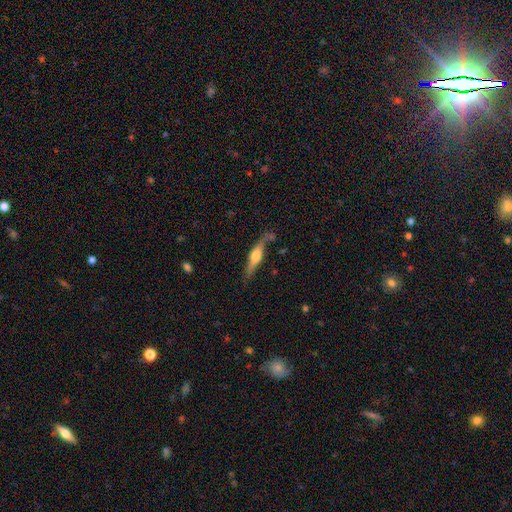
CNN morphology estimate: Smooth or featured? featured or disk (63%)
Edge-on disk? yes (91%)
Edge-on bulge? rounded (90%)
Merging? none (66%)